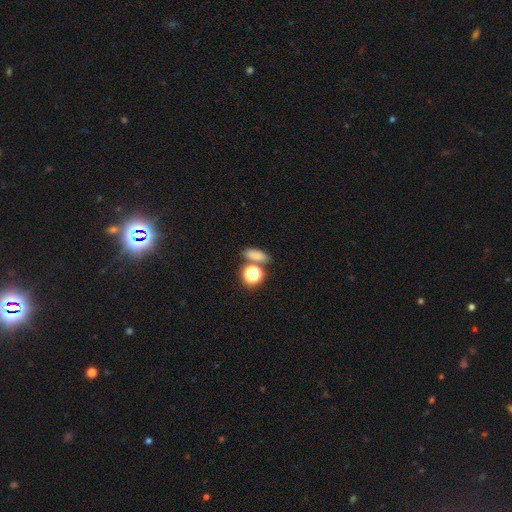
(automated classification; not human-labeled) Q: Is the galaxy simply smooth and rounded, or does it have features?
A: smooth — 76%.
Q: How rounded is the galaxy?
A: in between — 64%.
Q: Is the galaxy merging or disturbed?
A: none — 70%.